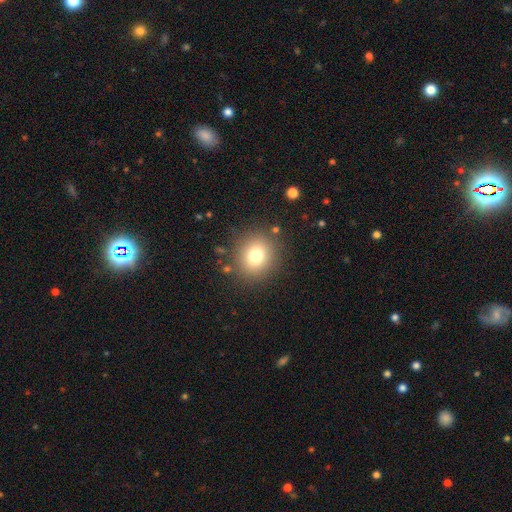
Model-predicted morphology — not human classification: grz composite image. It shows a smooth galaxy with no disk features (77%) that is round (80%). Merging: none (86%).